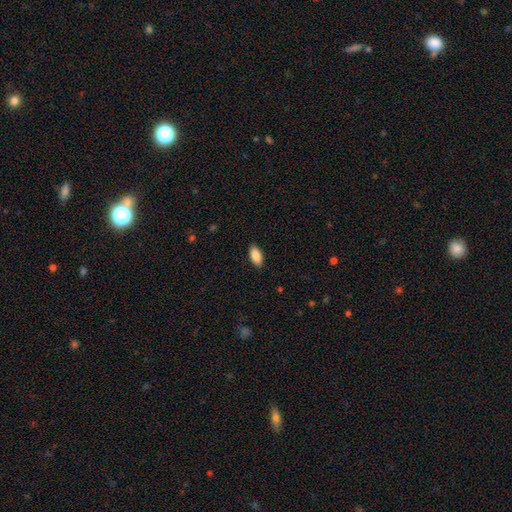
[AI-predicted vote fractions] Smooth or featured?
  - smooth: 89% *
  - star or artifact: 7%
  - featured or disk: 4%
How rounded?
  - in between: 91% *
  - cigar-shaped: 7%
  - round: 2%
Merging?
  - none: 89% *
  - minor disturbance: 9%
  - major disturbance: 2%
  - merger: 1%